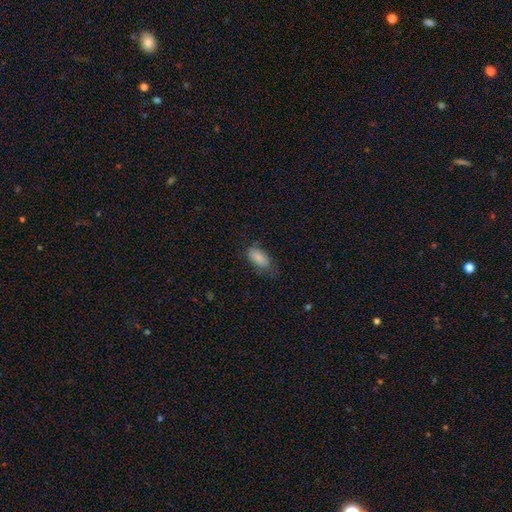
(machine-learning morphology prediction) smooth_or_featured: smooth (p=0.80) [alt: featured or disk p=0.10]
how_rounded: in between (p=0.87) [alt: cigar-shaped p=0.10]
merging: none (p=0.65) [alt: minor disturbance p=0.25]